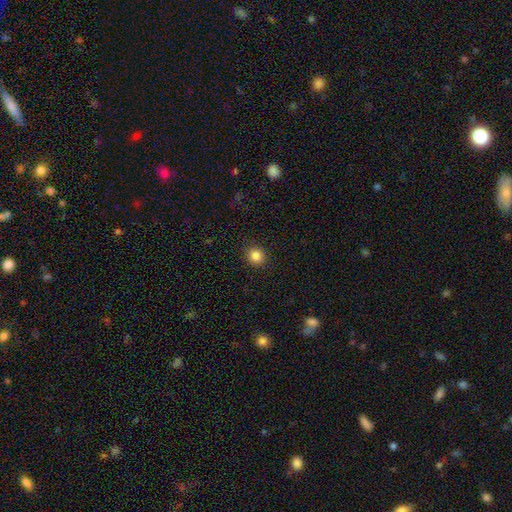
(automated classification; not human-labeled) A smooth galaxy with no disk features (85%) that is round (86%).

Vote fractions:
- Smooth or featured? smooth: 85% / star or artifact: 10% / featured or disk: 4%
- How rounded? round: 86% / in between: 13% / cigar-shaped: 1%
- Merging? none: 91% / minor disturbance: 6% / major disturbance: 2% / merger: 1%